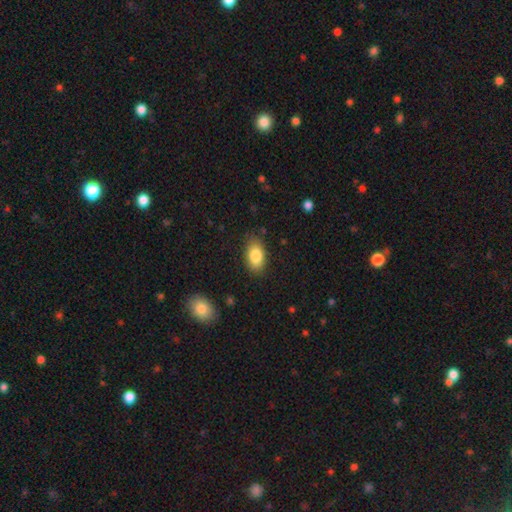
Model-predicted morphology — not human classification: Smooth or featured?
  - smooth: 84% *
  - featured or disk: 8%
  - star or artifact: 7%
How rounded?
  - in between: 90% *
  - round: 8%
  - cigar-shaped: 2%
Merging?
  - none: 84% *
  - minor disturbance: 12%
  - major disturbance: 3%
  - merger: 1%